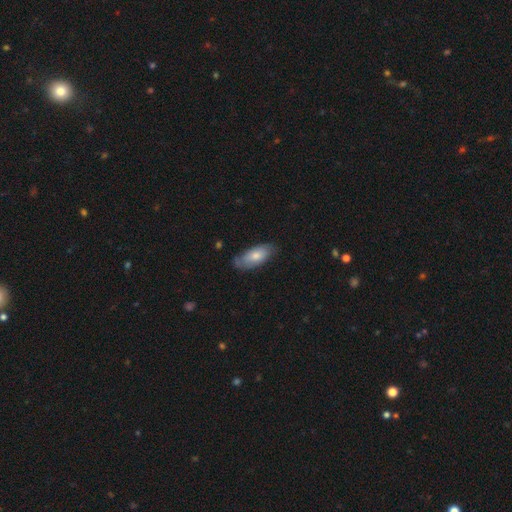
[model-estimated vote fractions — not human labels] Overall: smooth (69%). How rounded: in between (86%). Merging: none (67%).